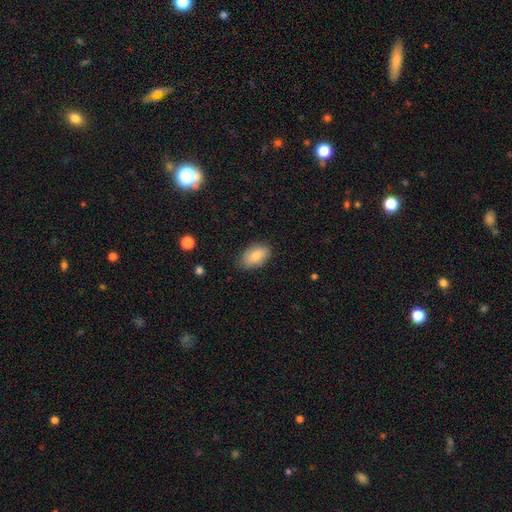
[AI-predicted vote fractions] A smooth galaxy with no disk features (80%) that is in between round and cigar-shaped (92%).

Vote fractions:
- Smooth or featured? smooth: 80% / featured or disk: 13% / star or artifact: 6%
- How rounded? in between: 92% / round: 6% / cigar-shaped: 2%
- Merging? none: 79% / minor disturbance: 16% / major disturbance: 3% / merger: 1%